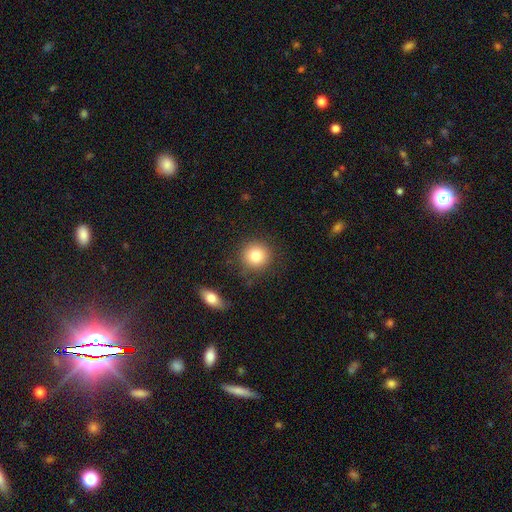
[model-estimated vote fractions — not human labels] This appears to be a smooth galaxy with no disk features (82%) that is round (92%). Merging: none (85%).